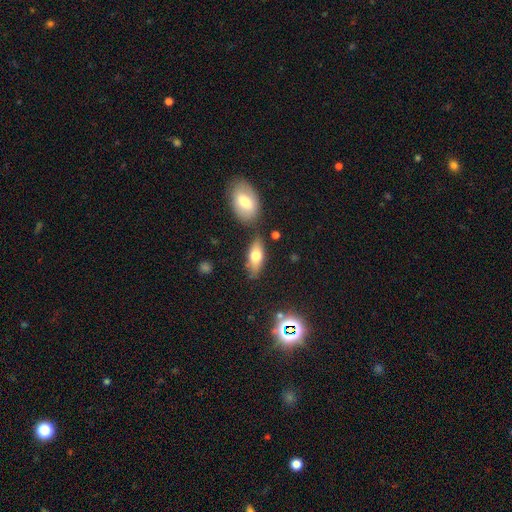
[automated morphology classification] Smooth or featured?
  - smooth: 66% *
  - featured or disk: 26%
  - star or artifact: 8%
How rounded?
  - in between: 77% *
  - cigar-shaped: 19%
  - round: 4%
Merging?
  - none: 71% *
  - minor disturbance: 14%
  - merger: 11%
  - major disturbance: 4%